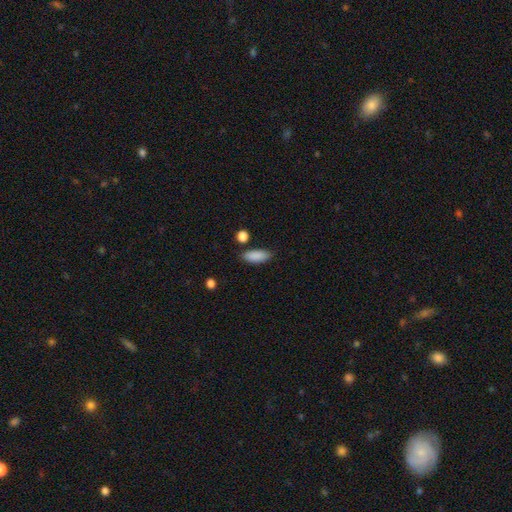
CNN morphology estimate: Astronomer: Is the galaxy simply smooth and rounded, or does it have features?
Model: smooth — 88%.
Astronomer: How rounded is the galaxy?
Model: in between — 78%.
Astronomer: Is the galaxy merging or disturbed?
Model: none — 79%.